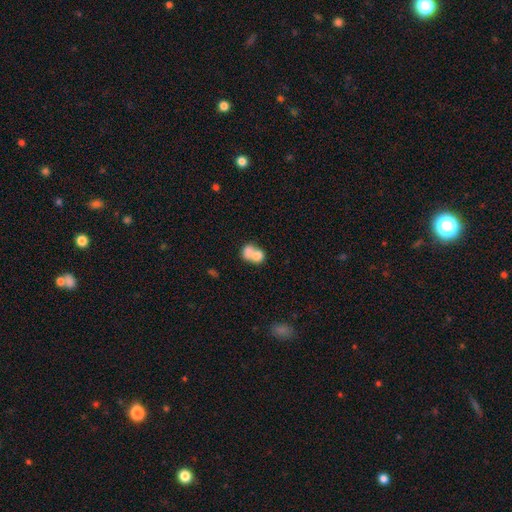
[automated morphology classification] The model was most divided on "how rounded": in between: 56%, round: 43%, cigar-shaped: 1%. More confident: merging — merger (73%); smooth or featured — smooth (72%).